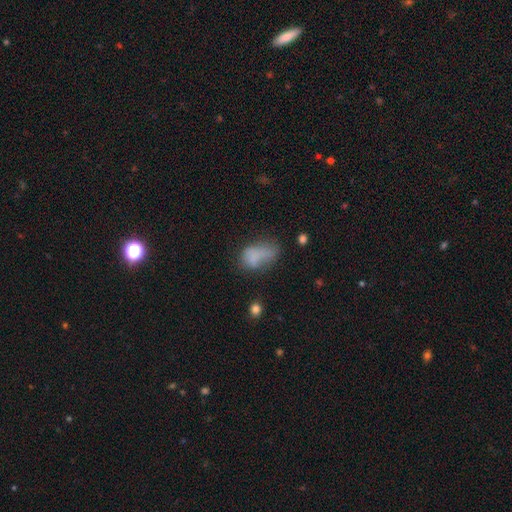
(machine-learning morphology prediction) smooth-or-featured: smooth: 69% | featured or disk: 19% | star or artifact: 12%
  how-rounded: in between: 86% | round: 11% | cigar-shaped: 3%
  merging: major disturbance: 32% | none: 29% | minor disturbance: 29% | merger: 9%